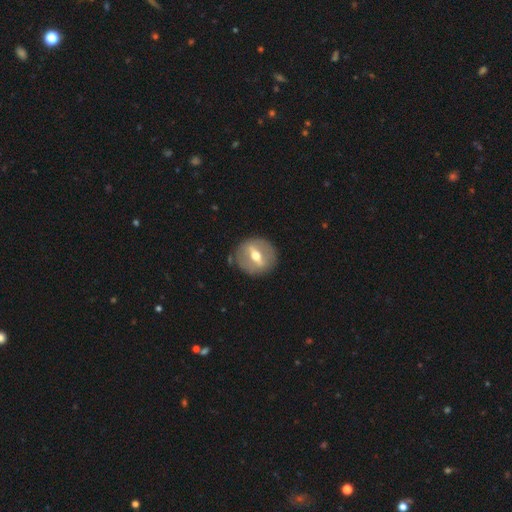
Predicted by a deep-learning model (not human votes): smooth_or_featured: featured or disk (p=0.67) [alt: smooth p=0.26]
disk_edge_on: no (p=0.72) [alt: yes p=0.28]
merging: none (p=0.85) [alt: minor disturbance p=0.10]